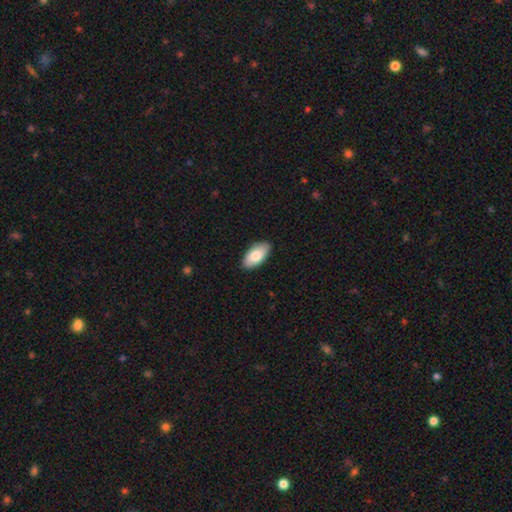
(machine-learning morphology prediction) The model was most divided on "smooth or featured": smooth: 80%, featured or disk: 14%, star or artifact: 6%. More confident: how rounded — in between (95%); merging — none (88%).